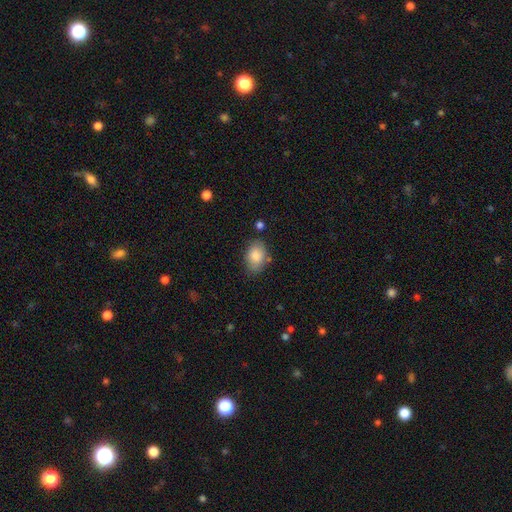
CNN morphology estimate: A smooth galaxy with no disk features (85%) that is in between round and cigar-shaped (85%).

Vote fractions:
- Smooth or featured? smooth: 85% / featured or disk: 8% / star or artifact: 7%
- How rounded? in between: 85% / round: 14% / cigar-shaped: 1%
- Merging? none: 71% / minor disturbance: 20% / major disturbance: 5% / merger: 4%